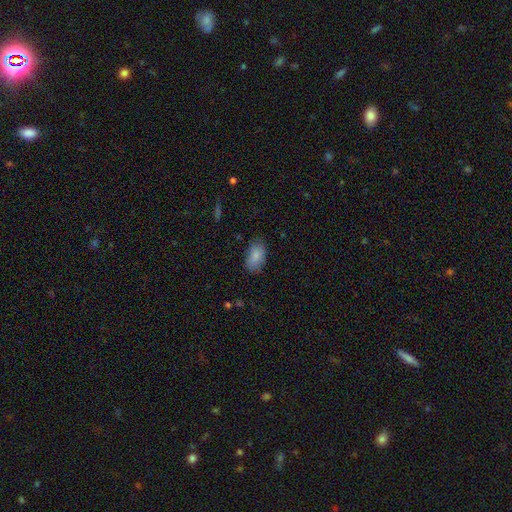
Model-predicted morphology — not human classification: A smooth galaxy with no disk features (86%) that is in between round and cigar-shaped (92%).

Vote fractions:
- Smooth or featured? smooth: 86% / star or artifact: 7% / featured or disk: 6%
- How rounded? in between: 92% / round: 6% / cigar-shaped: 2%
- Merging? none: 76% / minor disturbance: 18% / major disturbance: 4% / merger: 1%